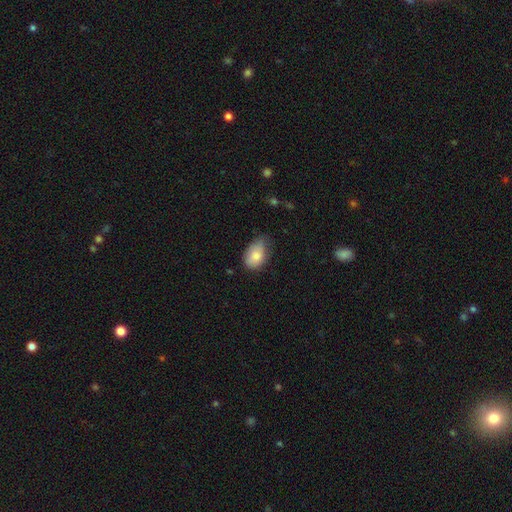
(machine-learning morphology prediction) Smooth or featured: smooth — 82% (featured or disk — 11%)
How rounded: in between — 84% (round — 14%)
Merging: none — 46% (minor disturbance — 42%)